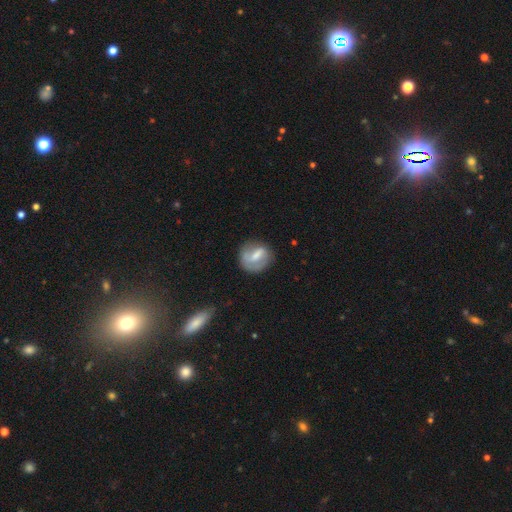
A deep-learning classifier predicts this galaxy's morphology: A featured or disk galaxy (48%). Merging: none (65%).